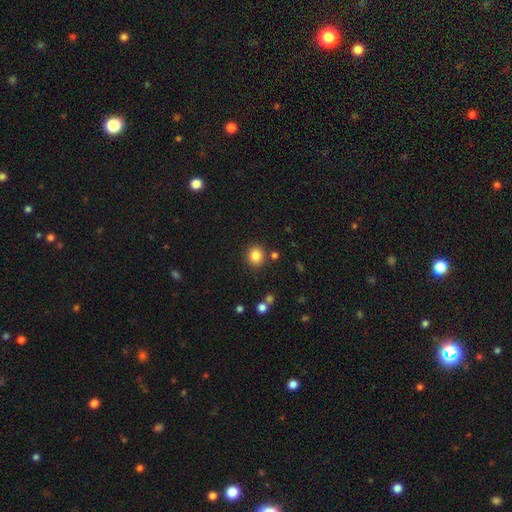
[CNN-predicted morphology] smooth-or-featured: smooth: 83% | star or artifact: 11% | featured or disk: 6%
  how-rounded: round: 82% | in between: 18% | cigar-shaped: 1%
  merging: none: 85% | minor disturbance: 8% | merger: 5% | major disturbance: 3%